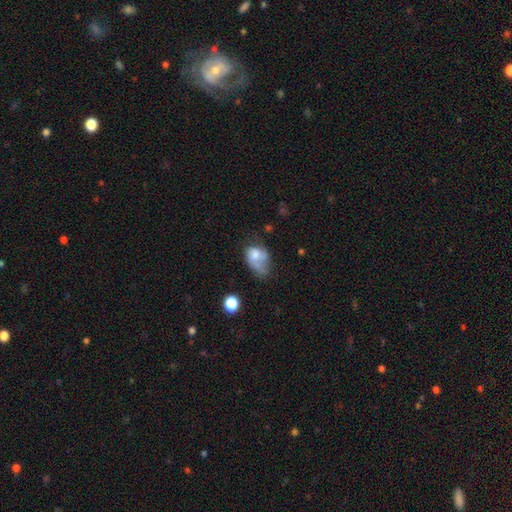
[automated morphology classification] Smooth or featured?
  - smooth: 62% *
  - featured or disk: 28%
  - star or artifact: 11%
How rounded?
  - in between: 74% *
  - round: 24%
  - cigar-shaped: 1%
Merging?
  - major disturbance: 35% *
  - minor disturbance: 26%
  - none: 20%
  - merger: 20%